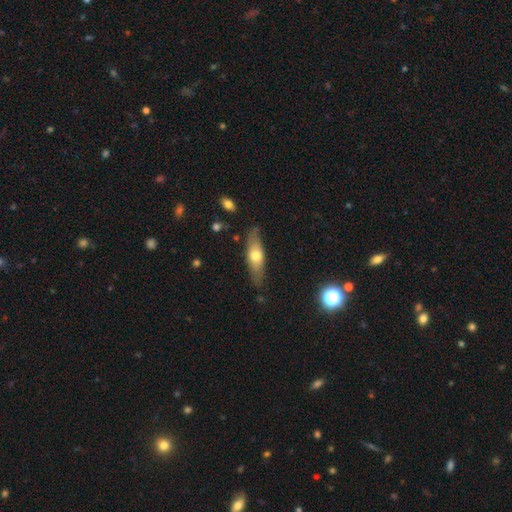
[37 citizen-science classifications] smooth_or_featured: smooth (p=0.54) [alt: featured or disk p=0.41]
how_rounded: cigar-shaped (p=0.75) [alt: in between p=0.25]
merging: none (p=0.89) [alt: minor disturbance p=0.06]